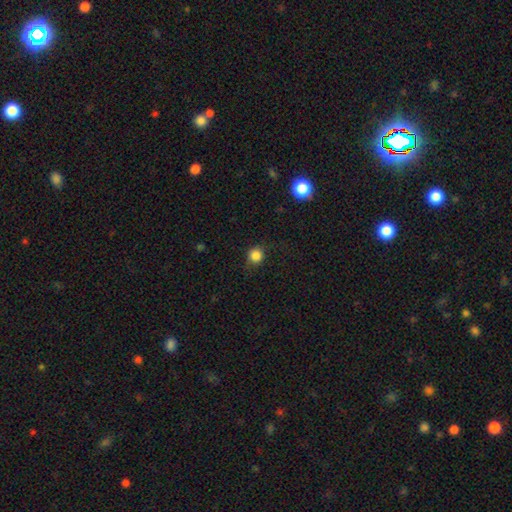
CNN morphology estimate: Smooth or featured? Predicted: smooth (p=0.84). How rounded? Predicted: round (p=0.90). Merging? Predicted: none (p=0.80).